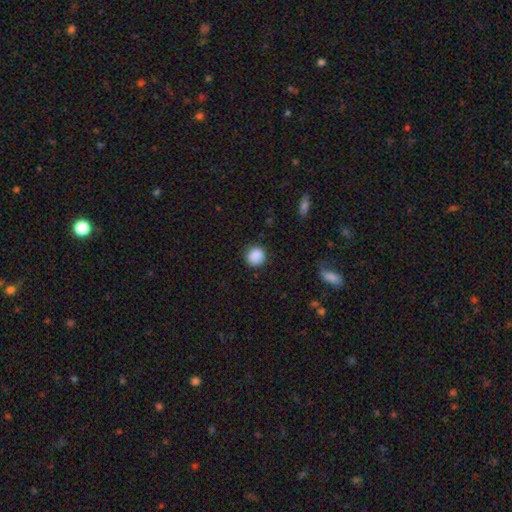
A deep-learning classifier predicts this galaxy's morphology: A smooth galaxy with no disk features (88%) that is round (90%).

Vote fractions:
- Smooth or featured? smooth: 88% / star or artifact: 9% / featured or disk: 3%
- How rounded? round: 90% / in between: 9% / cigar-shaped: 1%
- Merging? none: 87% / minor disturbance: 9% / major disturbance: 3% / merger: 1%